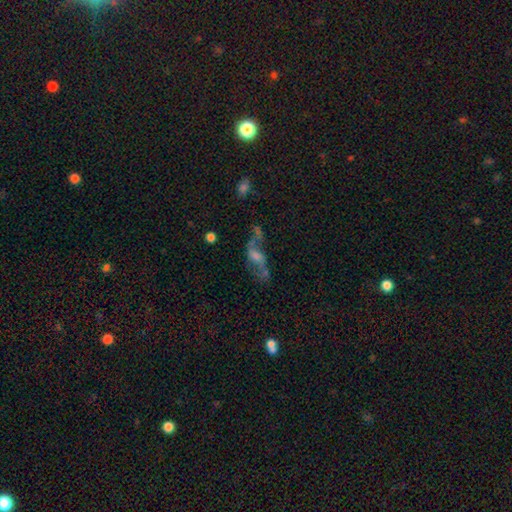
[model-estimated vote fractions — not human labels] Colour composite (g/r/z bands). It shows a featured or disk galaxy (54%). Merging: none (35%).